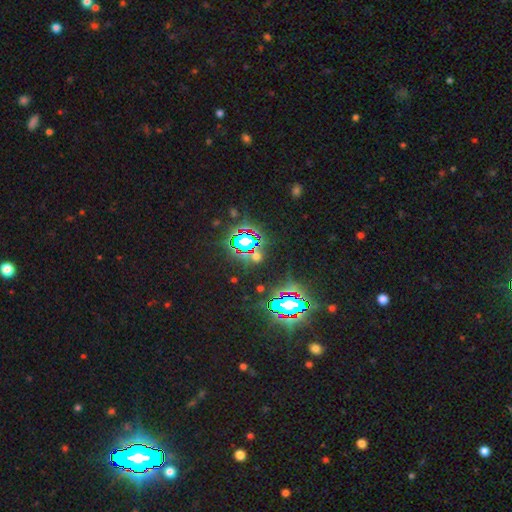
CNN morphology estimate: A star or artifact, not a galaxy (70%).

Vote fractions:
- Smooth or featured? star or artifact: 70% / smooth: 20% / featured or disk: 10%